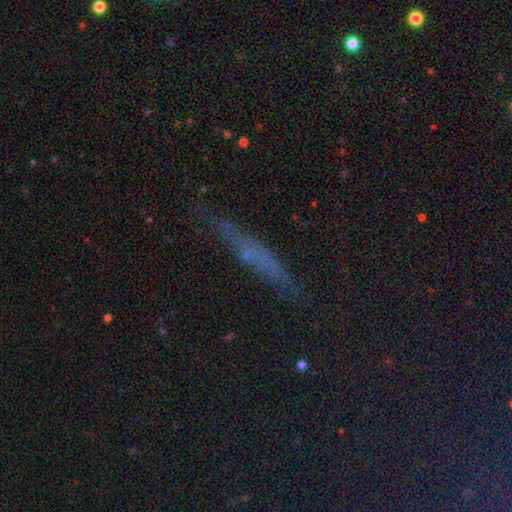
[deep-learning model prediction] smooth_or_featured: smooth (p=0.44) [alt: featured or disk p=0.34]
merging: none (p=0.73) [alt: minor disturbance p=0.19]